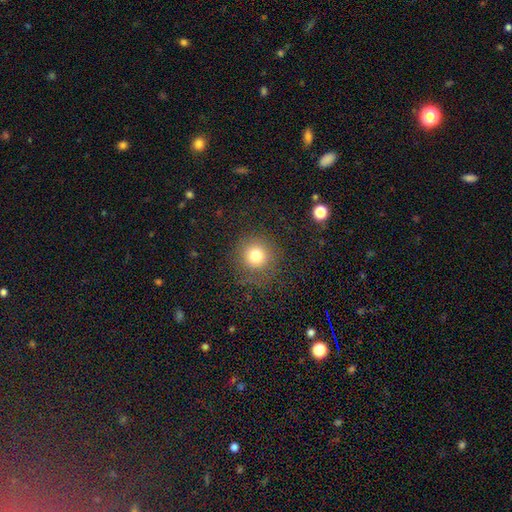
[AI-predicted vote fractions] Smooth or featured: smooth — 77% (star or artifact — 13%)
How rounded: round — 94% (in between — 5%)
Merging: none — 82% (minor disturbance — 10%)